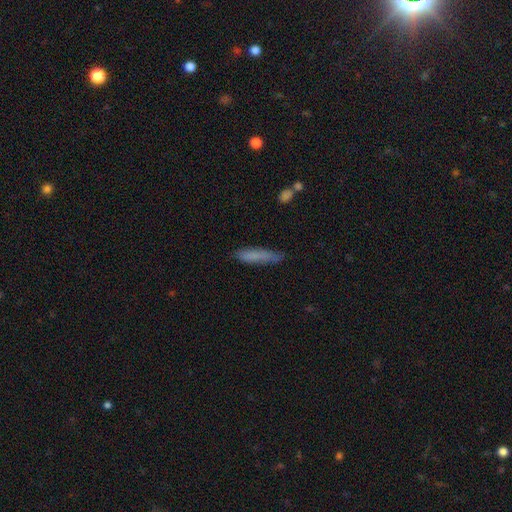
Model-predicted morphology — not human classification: Q: Smooth or featured?
A: smooth (76%); runner-up: featured or disk (16%)
Q: How rounded?
A: cigar-shaped (84%); runner-up: in between (14%)
Q: Merging?
A: none (73%); runner-up: minor disturbance (20%)